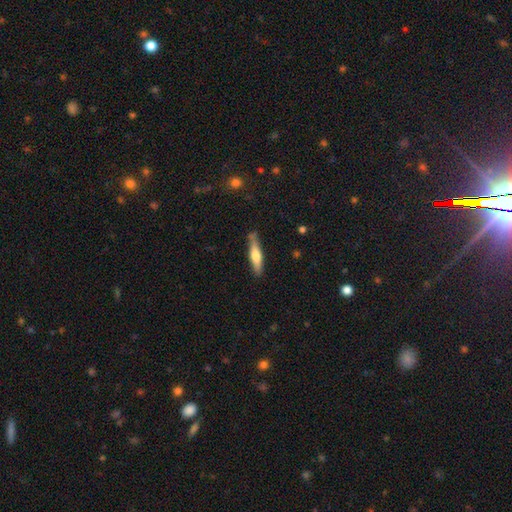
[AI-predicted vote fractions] Overall: smooth (52%; featured or disk 43%). How rounded: cigar-shaped (83%). Merging: none (80%).